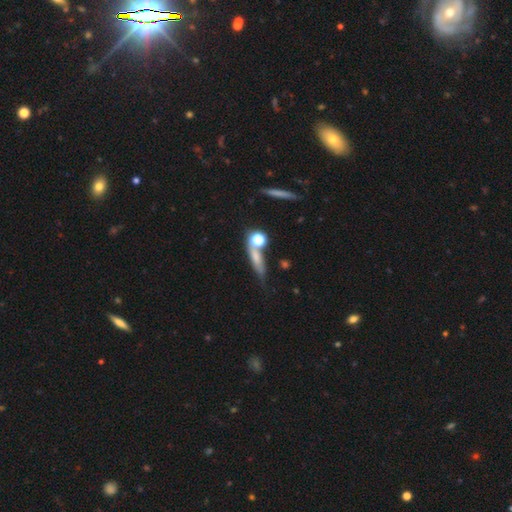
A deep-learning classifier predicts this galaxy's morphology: A smooth galaxy with no disk features (63%) that is cigar-shaped (57%).

Vote fractions:
- Smooth or featured? smooth: 63% / featured or disk: 23% / star or artifact: 14%
- How rounded? cigar-shaped: 57% / in between: 24% / round: 20%
- Merging? none: 54% / merger: 19% / minor disturbance: 17% / major disturbance: 9%